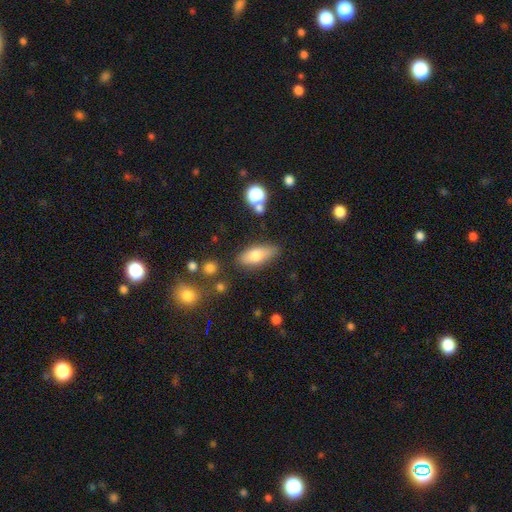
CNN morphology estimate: Overall: smooth (70%). How rounded: in between (75%). Merging: none (78%).